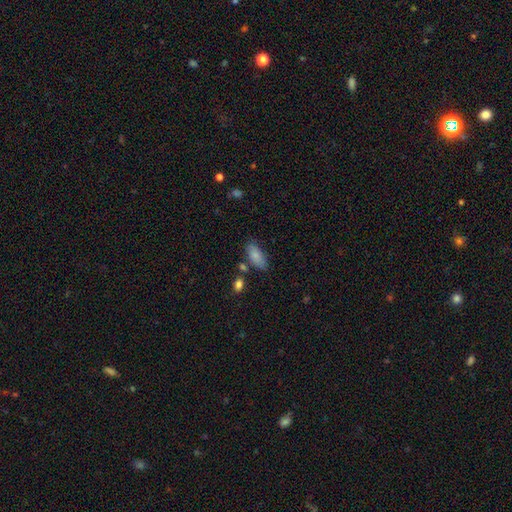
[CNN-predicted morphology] smooth_or_featured: smooth (p=0.85) [alt: featured or disk p=0.08]
how_rounded: in between (p=0.88) [alt: cigar-shaped p=0.10]
merging: none (p=0.72) [alt: minor disturbance p=0.17]